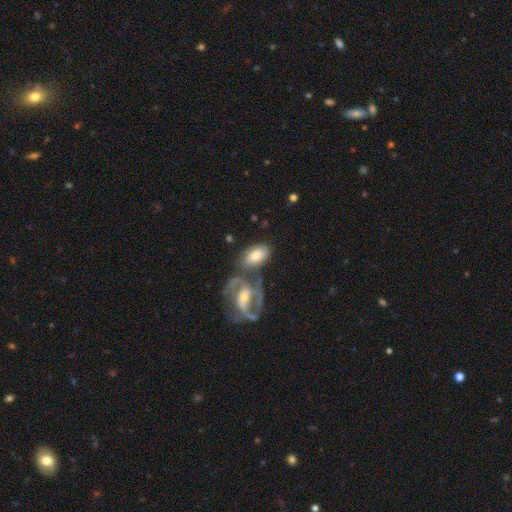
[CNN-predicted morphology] Smooth or featured: smooth — 52% (featured or disk — 42%)
How rounded: in between — 89% (round — 8%)
Merging: none — 43% (merger — 35%)